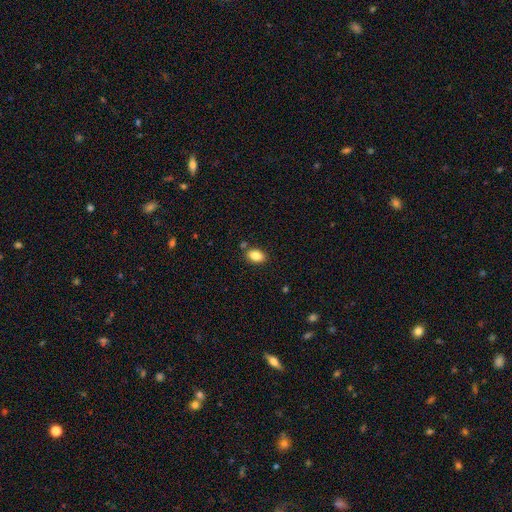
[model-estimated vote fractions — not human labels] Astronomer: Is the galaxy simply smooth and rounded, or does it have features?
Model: smooth — 86%.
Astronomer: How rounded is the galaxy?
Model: in between — 87%.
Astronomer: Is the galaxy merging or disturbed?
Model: none — 81%.